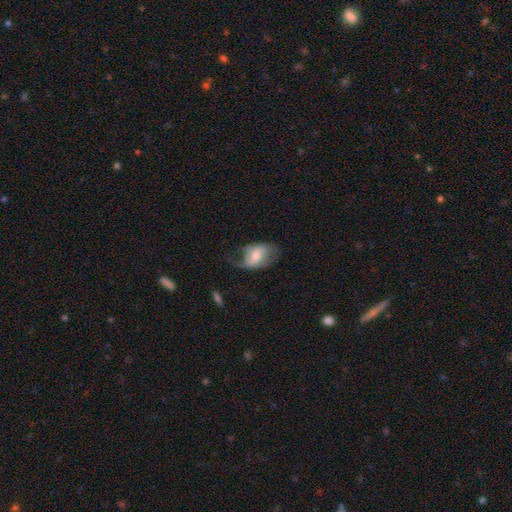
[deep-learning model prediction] A featured or disk galaxy (52%). Merging: none (37%).